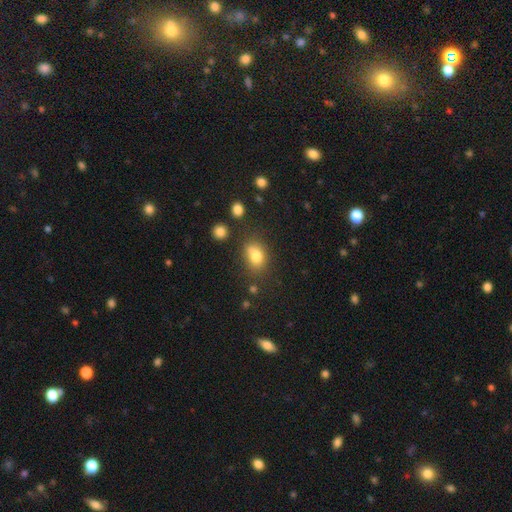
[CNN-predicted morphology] A smooth galaxy with no disk features (78%) that is in between round and cigar-shaped (57%). Merging: none (58%).